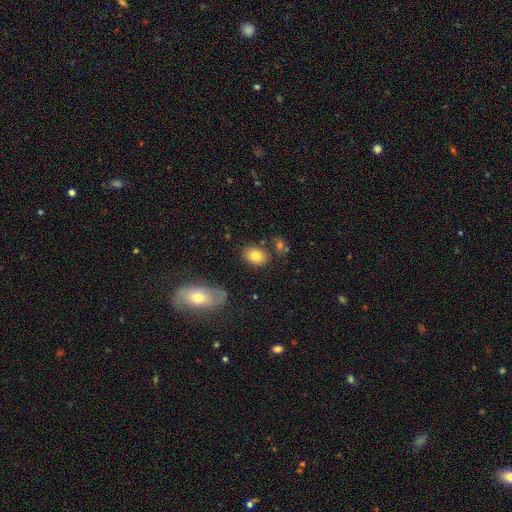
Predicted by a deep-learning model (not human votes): Morphology: type=smooth (80%); roundness=in between (78%); merging=none (77%).